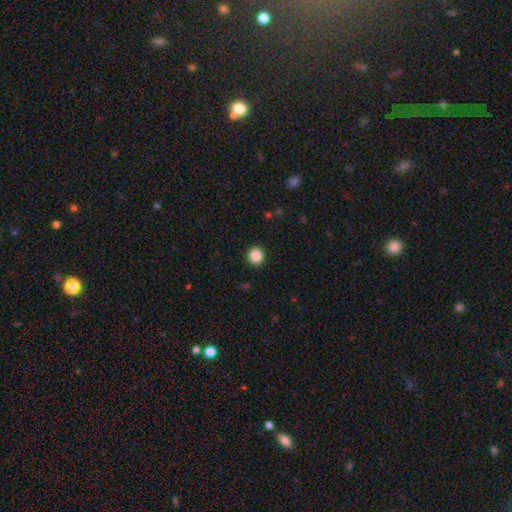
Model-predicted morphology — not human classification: type=smooth (87%); roundness=round (81%); merging=none (92%).